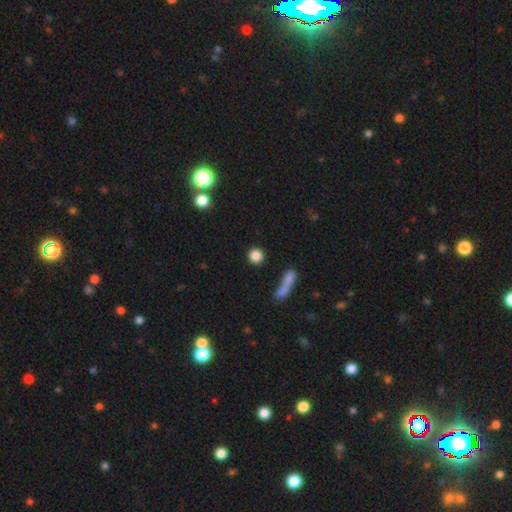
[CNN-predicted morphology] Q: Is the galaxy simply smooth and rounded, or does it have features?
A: smooth — 85%.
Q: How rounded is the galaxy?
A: round — 90%.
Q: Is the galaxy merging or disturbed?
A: none — 85%.